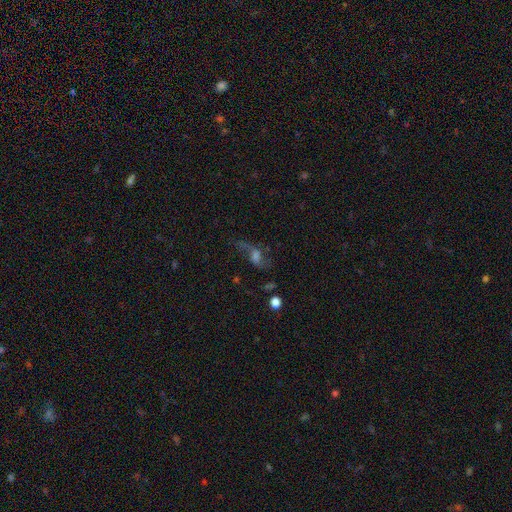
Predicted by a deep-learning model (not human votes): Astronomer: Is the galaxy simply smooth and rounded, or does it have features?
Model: featured or disk — 58%.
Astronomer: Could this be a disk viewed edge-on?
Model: no — 87%.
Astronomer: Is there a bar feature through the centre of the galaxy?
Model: no — 53% (runner-up: weak, 37%).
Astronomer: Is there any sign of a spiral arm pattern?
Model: yes — 83%.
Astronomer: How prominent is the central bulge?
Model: moderate — 38% (runner-up: small, 26%).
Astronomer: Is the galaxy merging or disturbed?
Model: none — 52%.